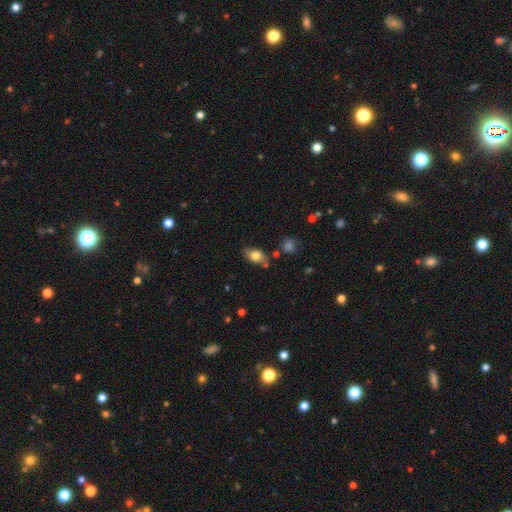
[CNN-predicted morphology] type=smooth (75%); roundness=in between (85%); merging=none (69%).